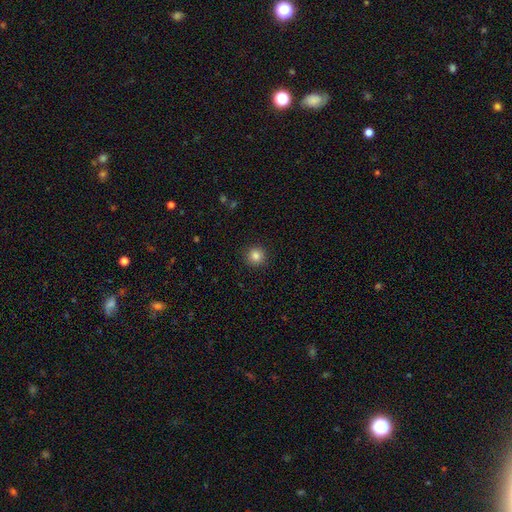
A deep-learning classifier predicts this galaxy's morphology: Smooth or featured?
  - smooth: 84% *
  - star or artifact: 11%
  - featured or disk: 5%
How rounded?
  - round: 95% *
  - in between: 4%
  - cigar-shaped: 1%
Merging?
  - none: 92% *
  - minor disturbance: 5%
  - major disturbance: 2%
  - merger: 1%